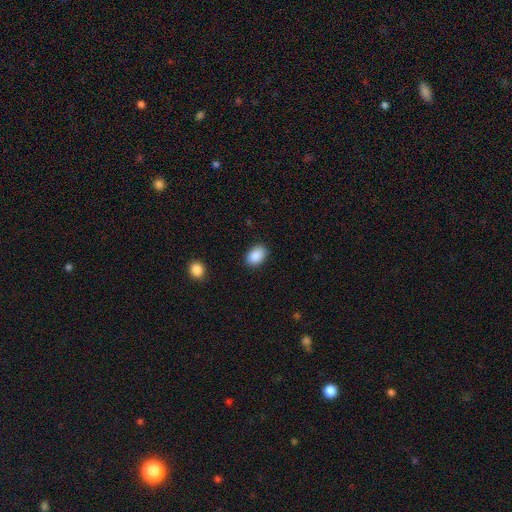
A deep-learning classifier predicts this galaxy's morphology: This appears to be a smooth galaxy with no disk features (89%) that is in between round and cigar-shaped (83%). Merging: none (87%).